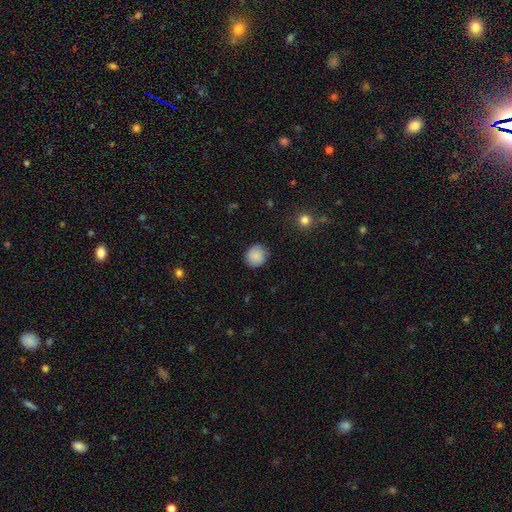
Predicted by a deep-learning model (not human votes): This is clearly a smooth galaxy (86%). How rounded: clearly round (88%). Merging: clearly none (84%).